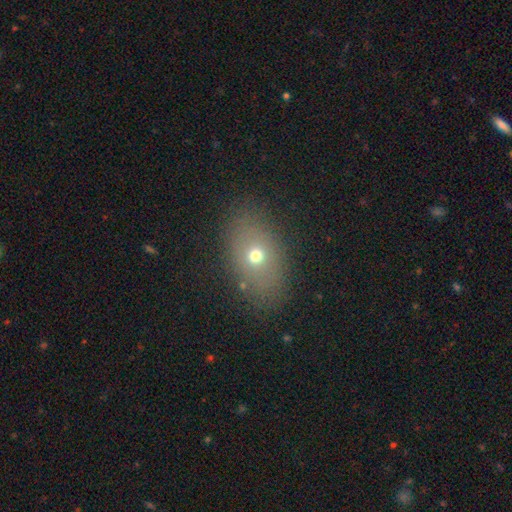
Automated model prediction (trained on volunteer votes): This is likely a smooth galaxy (64%). How rounded: likely in between (72%). Merging: clearly none (82%).